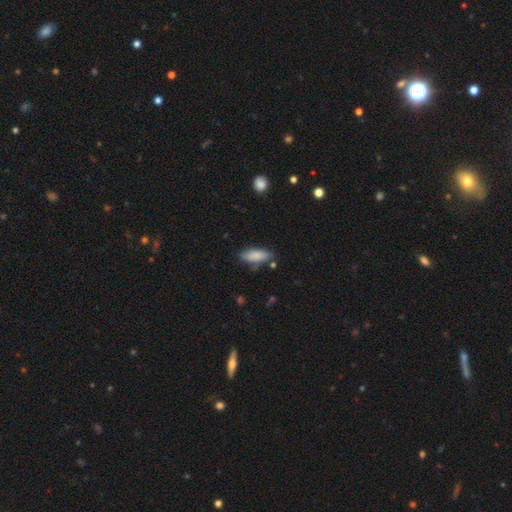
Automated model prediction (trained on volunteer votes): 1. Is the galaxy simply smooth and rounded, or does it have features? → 85% smooth, 9% featured or disk, 6% star or artifact.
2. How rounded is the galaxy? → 73% in between, 25% cigar-shaped, 2% round.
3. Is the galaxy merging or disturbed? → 75% none, 18% minor disturbance, 3% major disturbance, 3% merger.